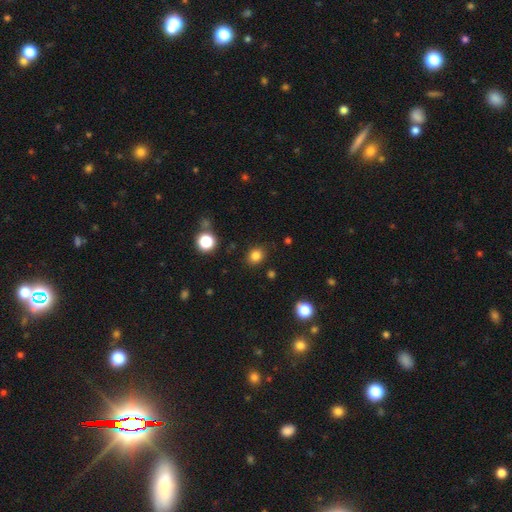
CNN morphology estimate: This appears to be a smooth galaxy with no disk features (82%) that is round (69%). Merging: none (87%).